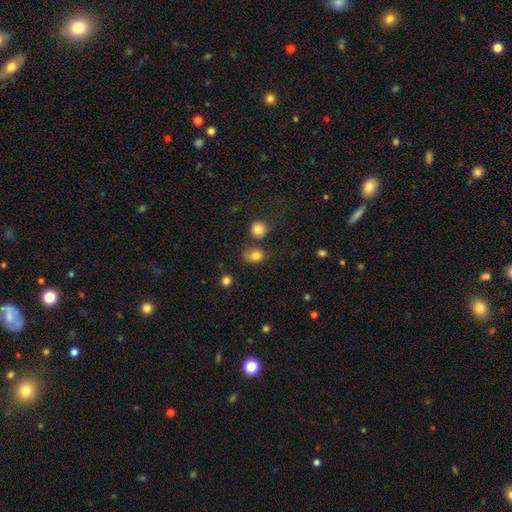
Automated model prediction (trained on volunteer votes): This appears to be a smooth galaxy with no disk features (81%) that is round (61%). Merging: none (57%).